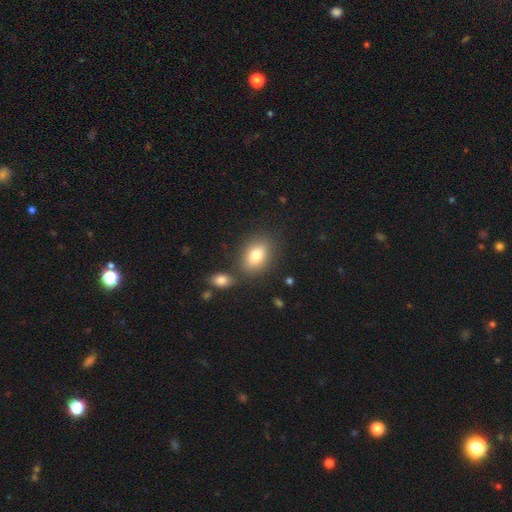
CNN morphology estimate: Smooth or featured: smooth — 78% (featured or disk — 13%)
How rounded: in between — 78% (round — 20%)
Merging: none — 73% (minor disturbance — 12%)